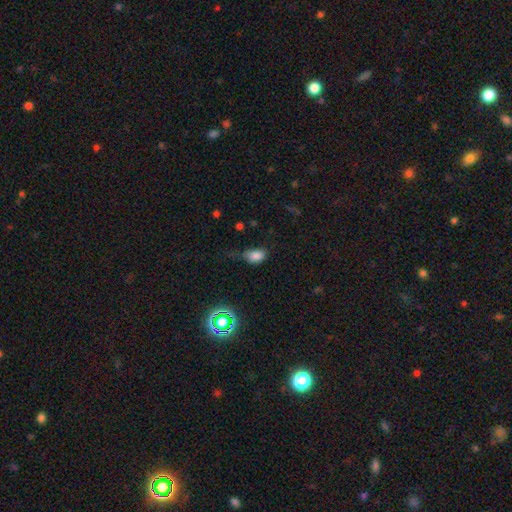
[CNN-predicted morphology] Smooth or featured? Predicted: smooth (p=0.79). How rounded? Predicted: in between (p=0.82). Merging? Predicted: none (p=0.40).